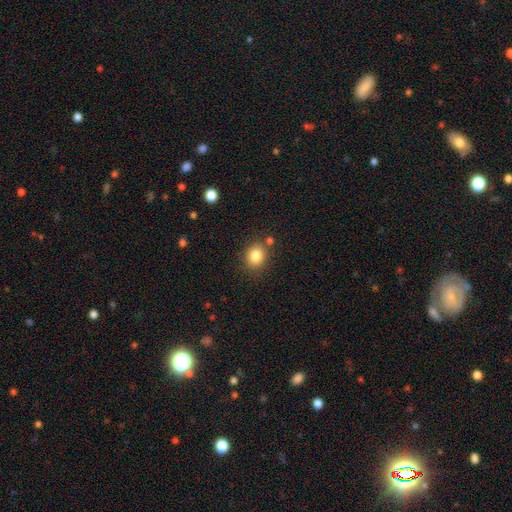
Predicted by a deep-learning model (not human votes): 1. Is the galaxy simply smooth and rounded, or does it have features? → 83% smooth, 10% star or artifact, 6% featured or disk.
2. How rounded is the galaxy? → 64% round, 35% in between, 1% cigar-shaped.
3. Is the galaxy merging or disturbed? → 79% none, 11% minor disturbance, 7% merger, 3% major disturbance.